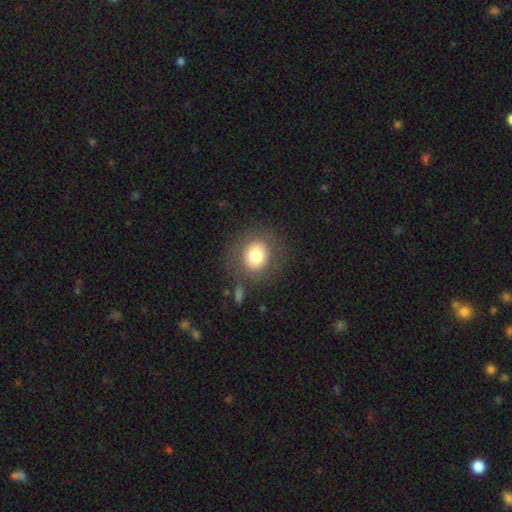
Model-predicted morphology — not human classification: Overall: smooth (75%). How rounded: round (82%). Merging: none (81%).